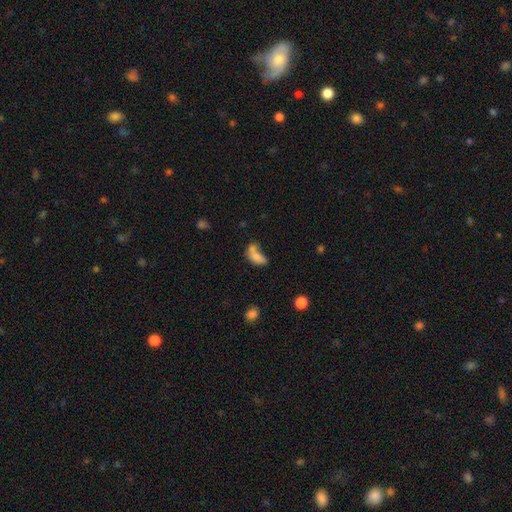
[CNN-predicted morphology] A smooth galaxy with no disk features (72%) that is in between round and cigar-shaped (83%). Merging: merger (50%).